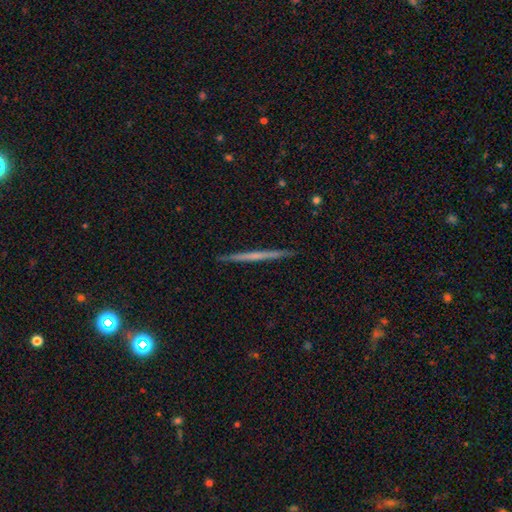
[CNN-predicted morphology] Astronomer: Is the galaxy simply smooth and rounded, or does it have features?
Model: featured or disk — 59% (runner-up: smooth, 36%).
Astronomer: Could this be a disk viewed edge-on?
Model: yes — 98%.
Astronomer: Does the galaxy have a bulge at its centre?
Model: none — 86%.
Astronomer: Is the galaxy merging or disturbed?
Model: none — 93%.